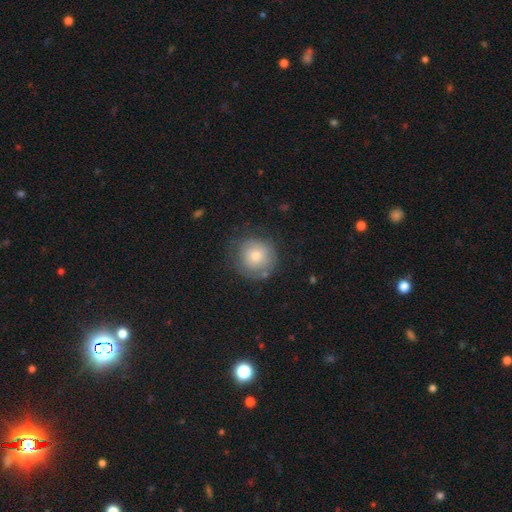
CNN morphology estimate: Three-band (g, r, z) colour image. It shows a smooth galaxy with no disk features (68%) that is round (92%). Merging: none (72%).